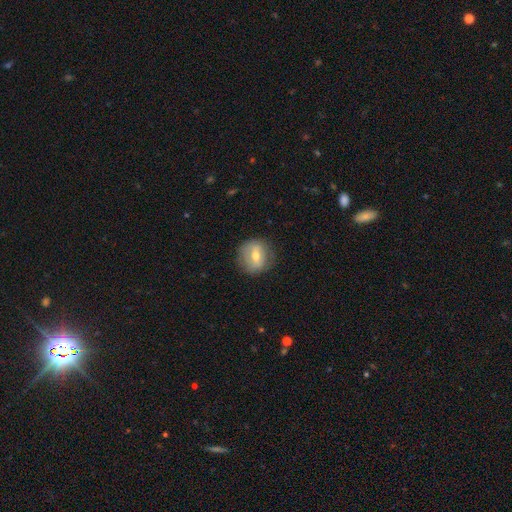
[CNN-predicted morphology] A smooth galaxy with no disk features (49%).

Vote fractions:
- Smooth or featured? smooth: 49% / featured or disk: 43% / star or artifact: 8%
- Merging? none: 79% / minor disturbance: 15% / major disturbance: 5% / merger: 1%